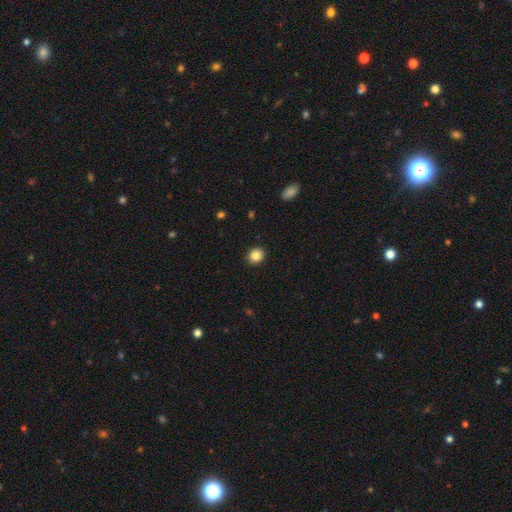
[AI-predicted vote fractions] A smooth galaxy with no disk features (86%) that is round (82%).

Vote fractions:
- Smooth or featured? smooth: 86% / star or artifact: 10% / featured or disk: 4%
- How rounded? round: 82% / in between: 17% / cigar-shaped: 1%
- Merging? none: 92% / minor disturbance: 6% / major disturbance: 2% / merger: 1%